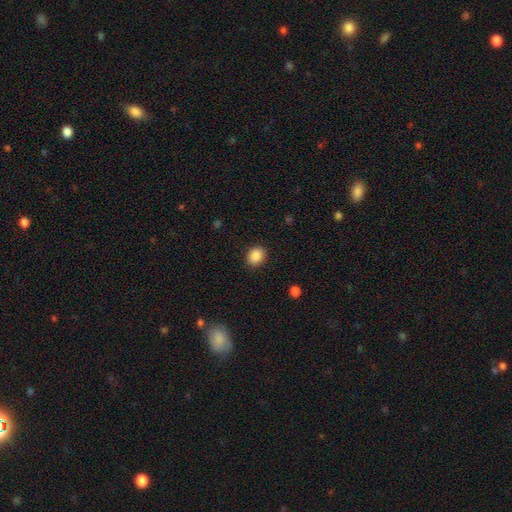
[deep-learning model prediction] Smooth or featured: smooth — 88% (star or artifact — 9%)
How rounded: round — 56% (in between — 43%)
Merging: none — 89% (minor disturbance — 7%)